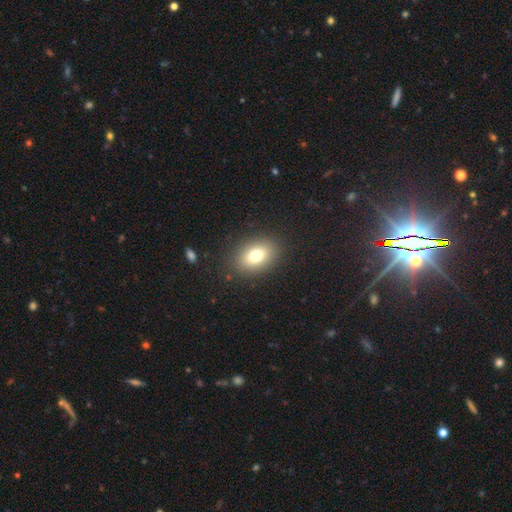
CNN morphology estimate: Smooth or featured? Predicted: smooth (p=0.77). How rounded? Predicted: in between (p=0.80). Merging? Predicted: none (p=0.87).